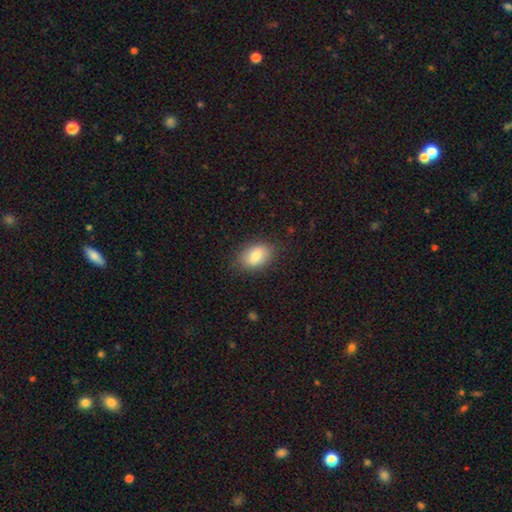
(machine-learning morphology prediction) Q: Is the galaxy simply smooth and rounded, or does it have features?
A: smooth — 82%.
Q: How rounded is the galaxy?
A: in between — 85%.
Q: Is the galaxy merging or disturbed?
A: none — 84%.